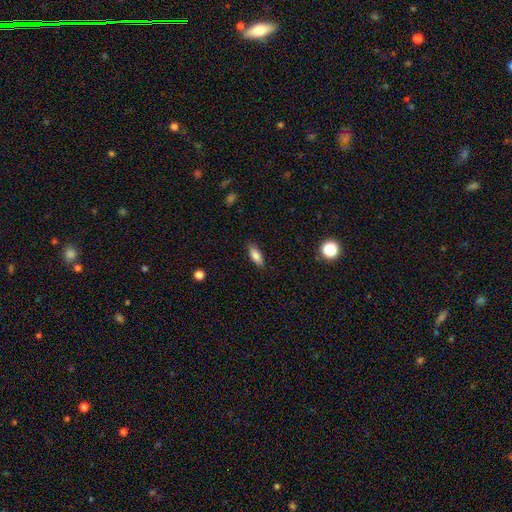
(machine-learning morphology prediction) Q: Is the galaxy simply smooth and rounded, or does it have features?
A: smooth — 81%.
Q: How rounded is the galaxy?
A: in between — 71%.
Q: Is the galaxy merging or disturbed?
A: none — 87%.